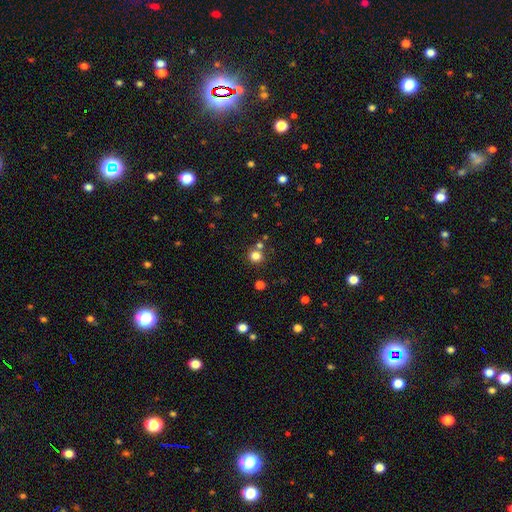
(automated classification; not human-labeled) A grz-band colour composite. It shows a smooth galaxy with no disk features (79%) that is round (89%). Merging: none (72%).